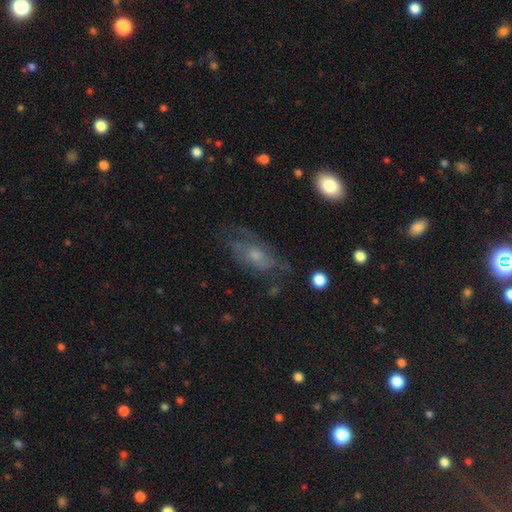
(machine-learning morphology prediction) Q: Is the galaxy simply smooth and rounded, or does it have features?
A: featured or disk — 55%.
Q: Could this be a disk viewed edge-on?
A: no — 91%.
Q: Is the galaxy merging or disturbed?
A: none — 54%.